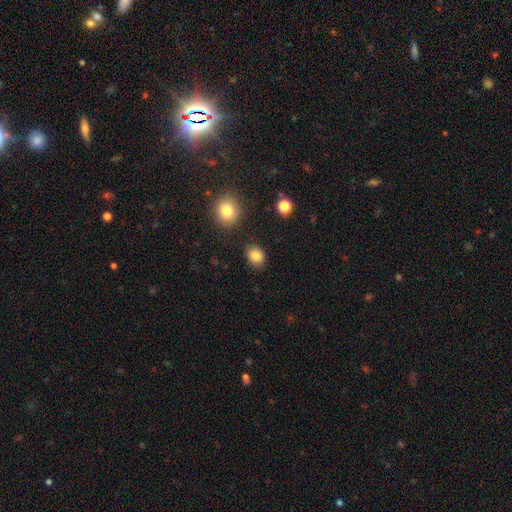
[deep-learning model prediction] smooth_or_featured: smooth (p=0.85) [alt: star or artifact p=0.10]
how_rounded: round (p=0.51) [alt: in between p=0.48]
merging: none (p=0.83) [alt: minor disturbance p=0.11]